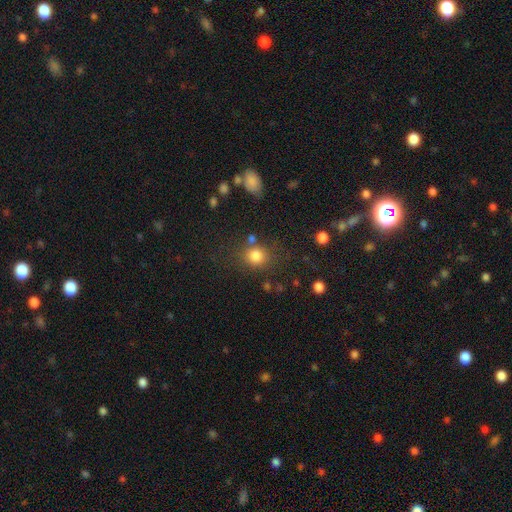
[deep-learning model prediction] Smooth or featured? Predicted: smooth (p=0.81). How rounded? Predicted: round (p=0.76). Merging? Predicted: none (p=0.72).